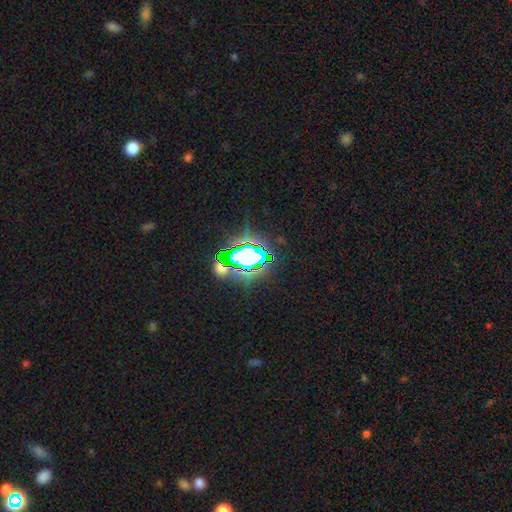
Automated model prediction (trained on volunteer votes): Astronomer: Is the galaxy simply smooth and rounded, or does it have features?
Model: star or artifact — 70%.